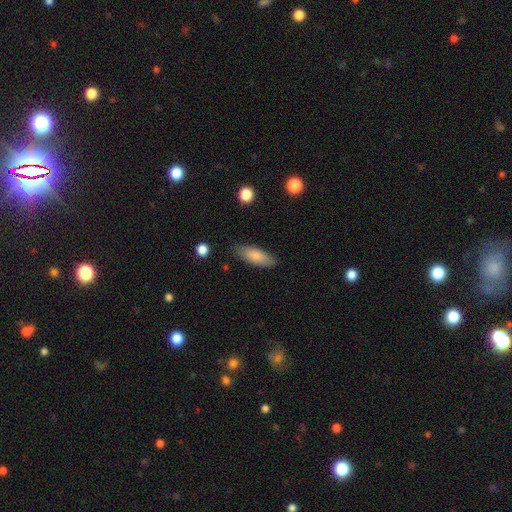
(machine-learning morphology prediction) A smooth galaxy with no disk features (82%) that is in between round and cigar-shaped (66%). Merging: none (82%).